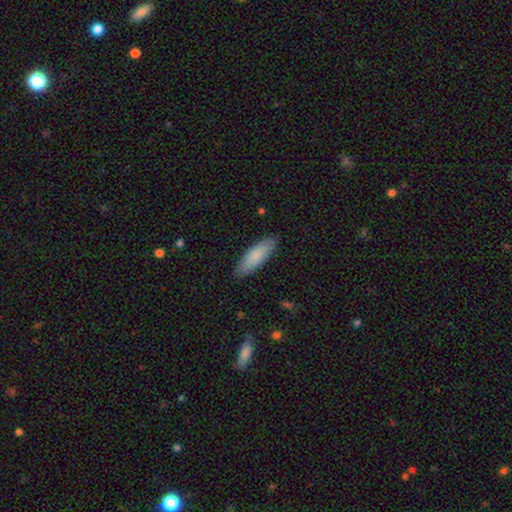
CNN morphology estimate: This is clearly a smooth galaxy (84%). How rounded: possibly in between (50%). Merging: clearly none (88%).